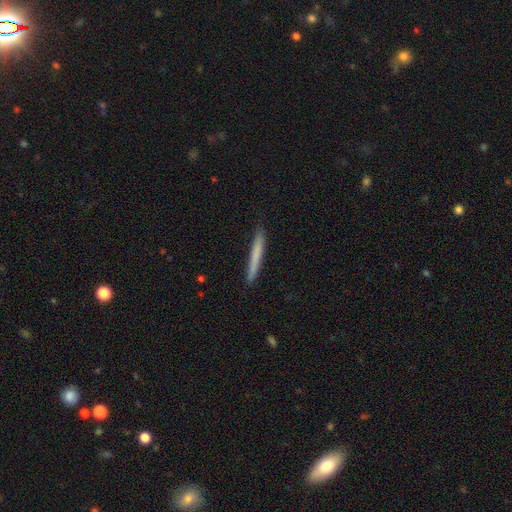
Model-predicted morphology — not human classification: Q: Smooth or featured?
A: smooth (69%); runner-up: featured or disk (26%)
Q: How rounded?
A: cigar-shaped (97%); runner-up: in between (2%)
Q: Merging?
A: none (89%); runner-up: minor disturbance (8%)